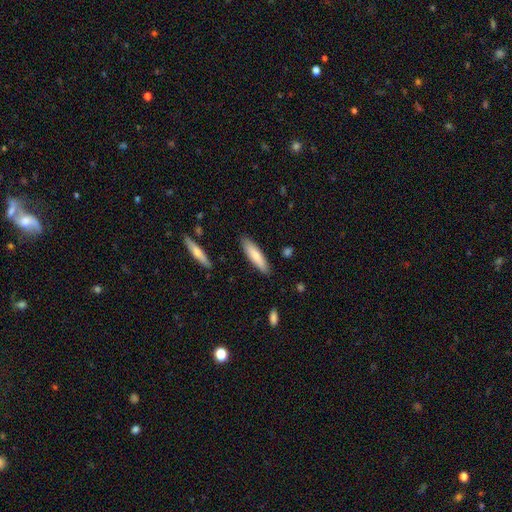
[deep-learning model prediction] Smooth or featured? Predicted: smooth (p=0.79). How rounded? Predicted: cigar-shaped (p=0.69). Merging? Predicted: none (p=0.87).